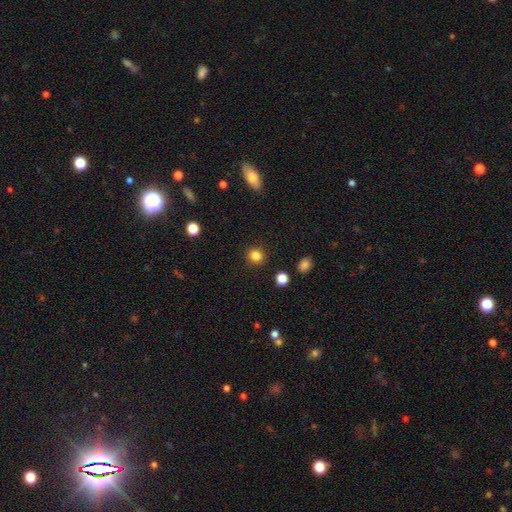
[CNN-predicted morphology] This appears to be a smooth galaxy with no disk features (84%) that is round (91%). Merging: none (91%).